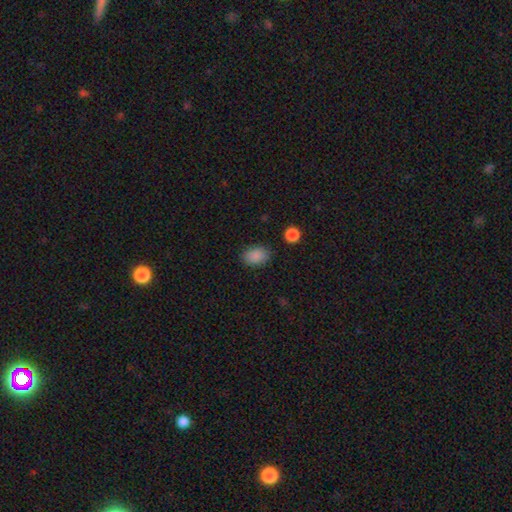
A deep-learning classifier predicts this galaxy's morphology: type=smooth (87%); roundness=in between (82%); merging=none (85%).